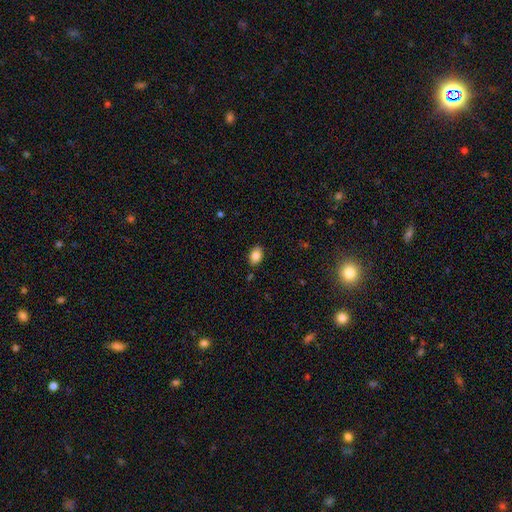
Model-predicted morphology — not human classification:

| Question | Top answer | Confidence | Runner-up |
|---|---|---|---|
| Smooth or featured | smooth | 85% | star or artifact (8%) |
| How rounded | in between | 85% | round (14%) |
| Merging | none | 86% | minor disturbance (10%) |